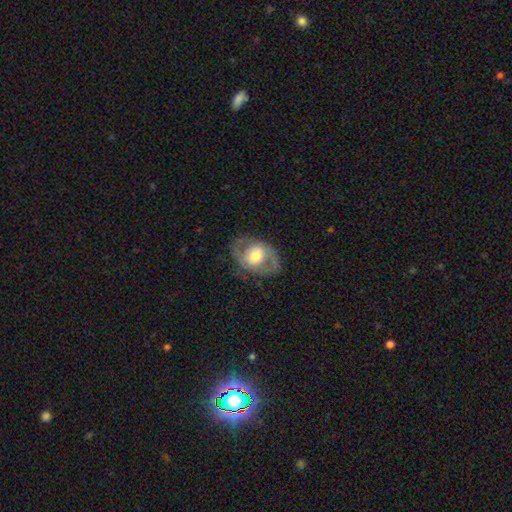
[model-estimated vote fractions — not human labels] Overall: featured or disk (61%; smooth 33%). Edge-on disk: no (95%). Bar: no (63%; weak 28%). Spiral arms: yes (63%; no 37%). Bulge size: moderate (63%). Merging: none (76%).